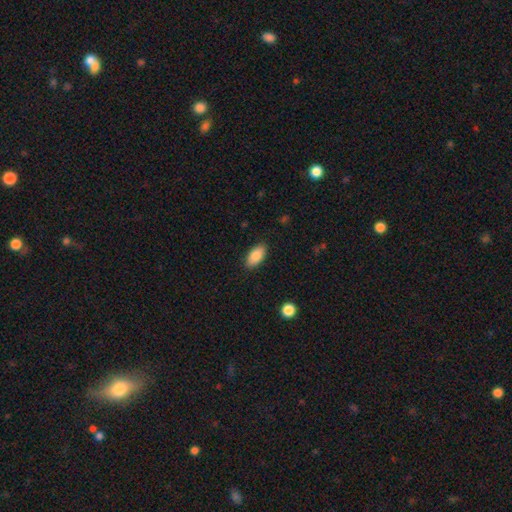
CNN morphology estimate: Smooth or featured?
  - smooth: 86% *
  - featured or disk: 7%
  - star or artifact: 7%
How rounded?
  - in between: 92% *
  - cigar-shaped: 5%
  - round: 3%
Merging?
  - none: 88% *
  - minor disturbance: 9%
  - major disturbance: 2%
  - merger: 1%